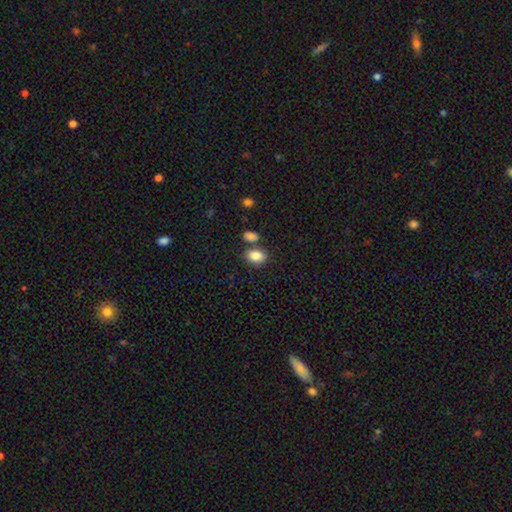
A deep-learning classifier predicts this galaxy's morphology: smooth 86%, star or artifact 8%, featured or disk 6%. Down the decision tree: how rounded — in between (77%); merging — none (68%).